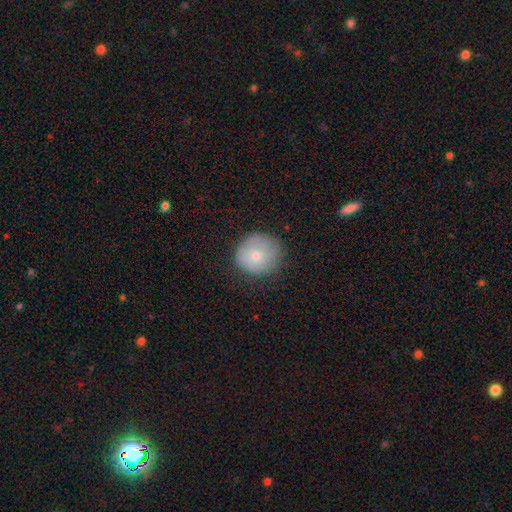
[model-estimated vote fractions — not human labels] This is likely a smooth galaxy (73%). How rounded: clearly round (90%). Merging: likely none (74%).